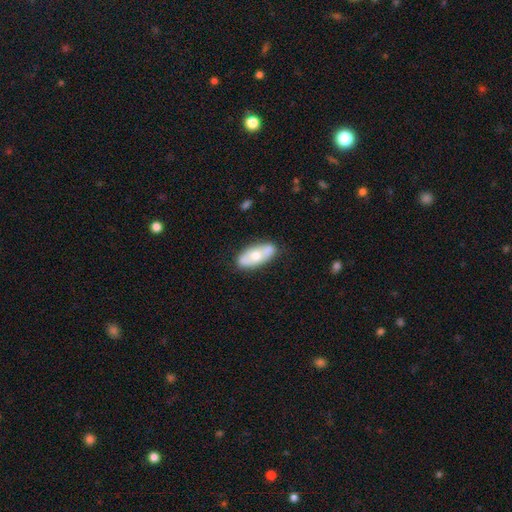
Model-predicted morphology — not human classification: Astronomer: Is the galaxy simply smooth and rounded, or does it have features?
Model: smooth — 56% (runner-up: featured or disk, 38%).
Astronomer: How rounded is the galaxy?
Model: in between — 86%.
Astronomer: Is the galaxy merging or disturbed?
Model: none — 73%.